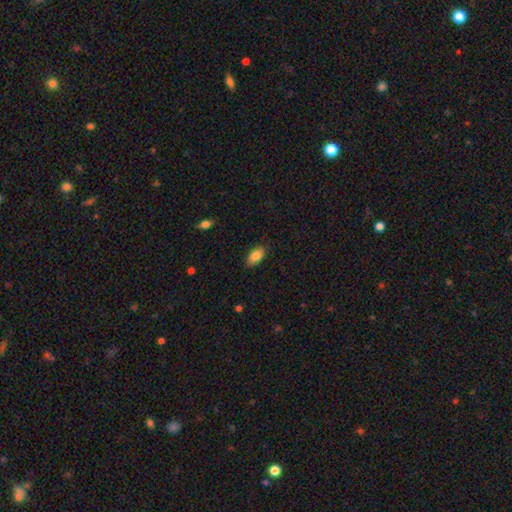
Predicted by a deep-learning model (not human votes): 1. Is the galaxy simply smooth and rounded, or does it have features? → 86% smooth, 7% star or artifact, 7% featured or disk.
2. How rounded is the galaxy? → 92% in between, 4% round, 4% cigar-shaped.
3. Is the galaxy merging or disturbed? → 84% none, 13% minor disturbance, 3% major disturbance, 1% merger.